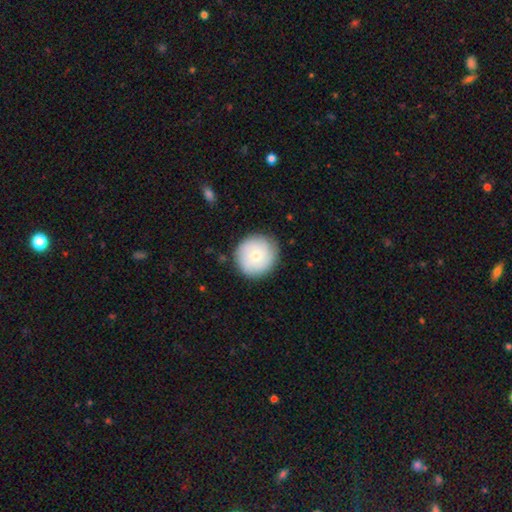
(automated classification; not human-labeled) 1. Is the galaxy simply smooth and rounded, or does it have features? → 62% smooth, 31% featured or disk, 7% star or artifact.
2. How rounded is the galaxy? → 93% round, 6% in between, 1% cigar-shaped.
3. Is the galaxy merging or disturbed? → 85% none, 11% minor disturbance, 3% major disturbance, 1% merger.